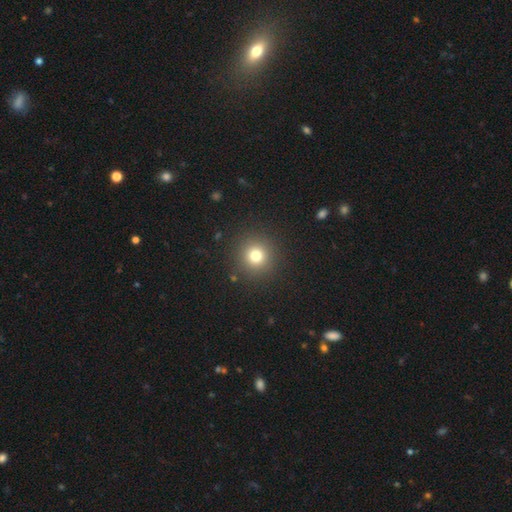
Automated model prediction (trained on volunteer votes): This is likely a smooth galaxy (77%). How rounded: clearly round (95%). Merging: clearly none (90%).